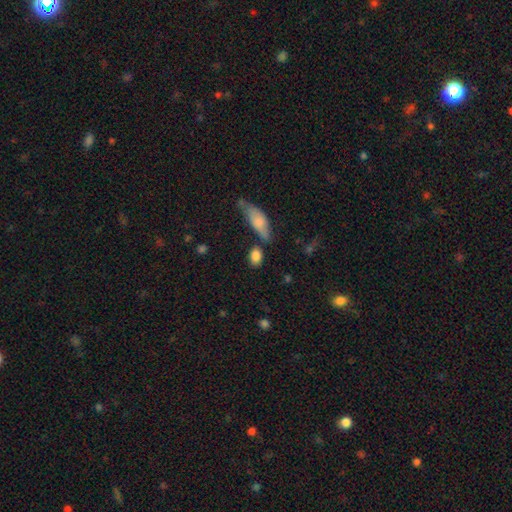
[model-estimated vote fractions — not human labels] Smooth or featured: smooth — 86% (star or artifact — 8%)
How rounded: in between — 77% (round — 19%)
Merging: none — 69% (minor disturbance — 15%)